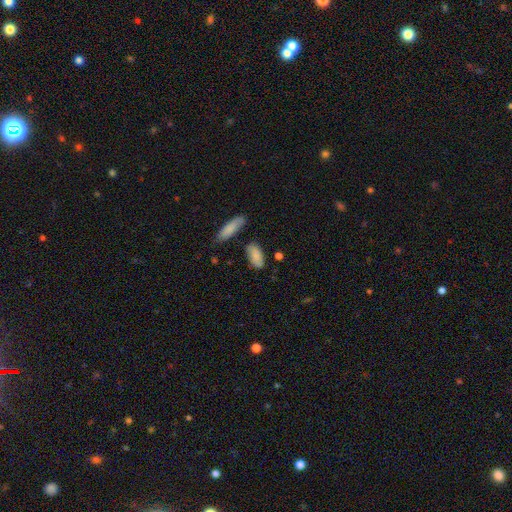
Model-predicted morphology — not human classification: Smooth or featured? Predicted: smooth (p=0.83). How rounded? Predicted: in between (p=0.87). Merging? Predicted: none (p=0.73).